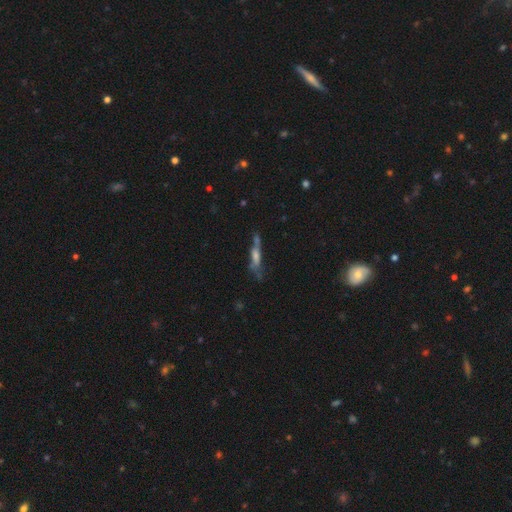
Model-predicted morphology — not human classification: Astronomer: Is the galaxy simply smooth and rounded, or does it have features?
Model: featured or disk — 53% (runner-up: smooth, 31%).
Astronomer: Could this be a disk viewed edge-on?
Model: yes — 70%.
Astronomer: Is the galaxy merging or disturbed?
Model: none — 55%.